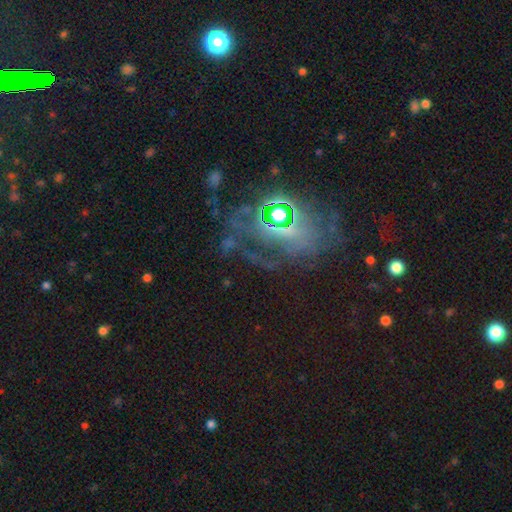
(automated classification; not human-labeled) A star or artifact, not a galaxy (40%).